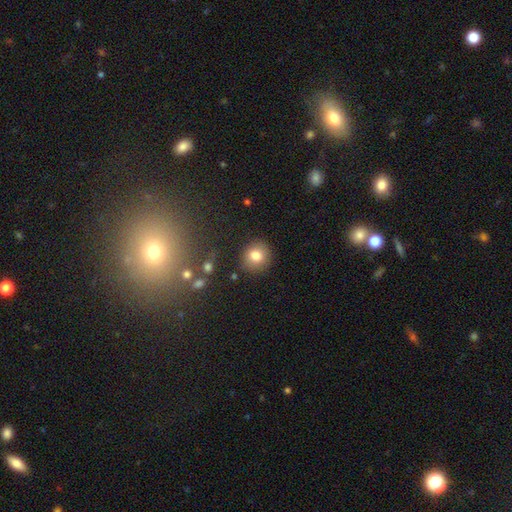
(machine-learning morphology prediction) Q: Smooth or featured?
A: smooth (80%); runner-up: star or artifact (11%)
Q: How rounded?
A: round (87%); runner-up: in between (12%)
Q: Merging?
A: none (86%); runner-up: minor disturbance (8%)